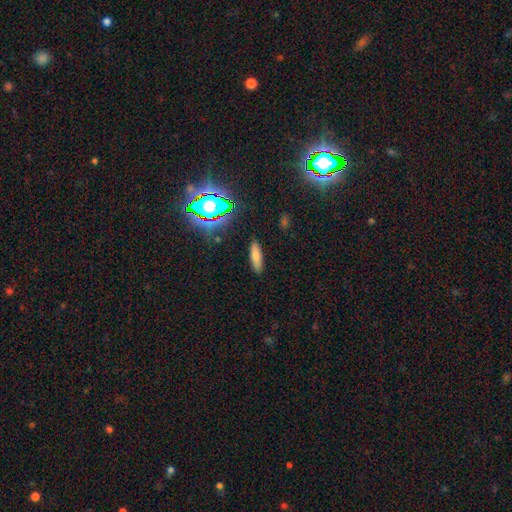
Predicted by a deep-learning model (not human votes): The model was most divided on "how rounded": cigar-shaped: 58%, in between: 40%, round: 2%. More confident: merging — none (88%); smooth or featured — smooth (74%).